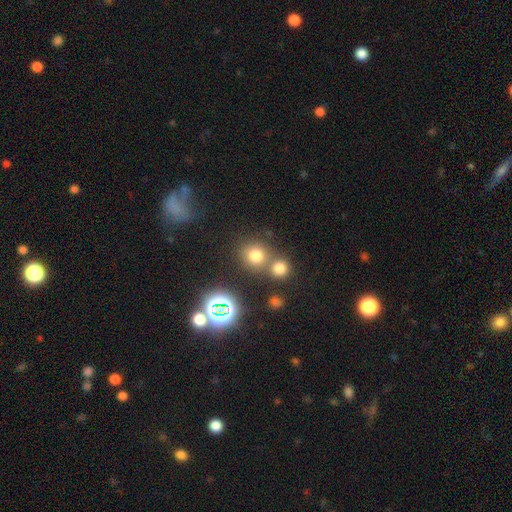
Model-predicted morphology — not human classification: Smooth or featured? Predicted: smooth (p=0.71). How rounded? Predicted: round (p=0.85). Merging? Predicted: none (p=0.58).